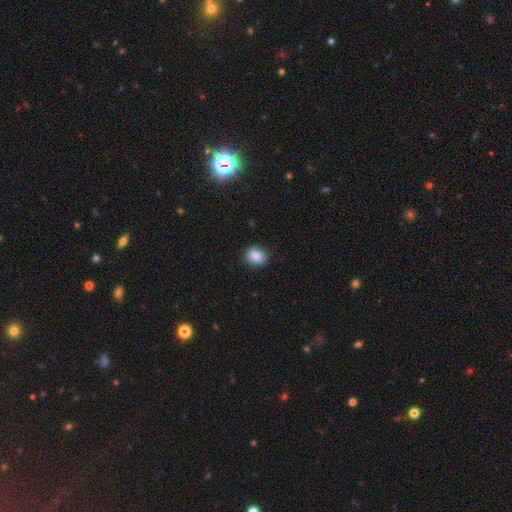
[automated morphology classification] A smooth galaxy with no disk features (85%) that is round (56%). Merging: none (87%).